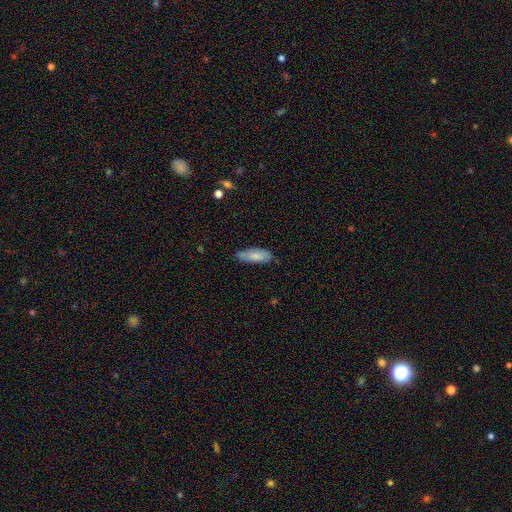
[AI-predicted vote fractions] A smooth galaxy with no disk features (79%) that is in between round and cigar-shaped (68%). Merging: none (69%).